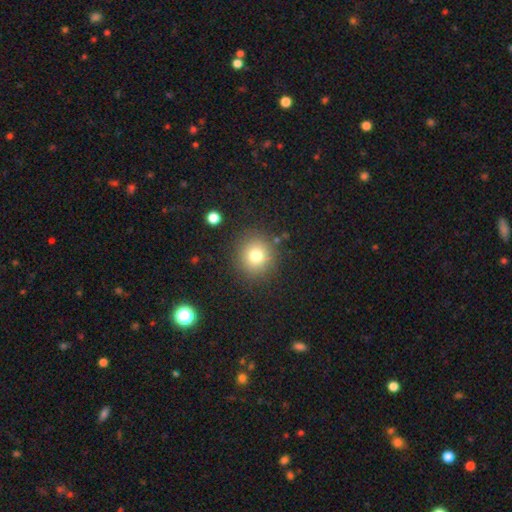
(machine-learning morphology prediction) The model was most divided on "smooth or featured": smooth: 76%, star or artifact: 14%, featured or disk: 10%. More confident: how rounded — round (91%); merging — none (87%).